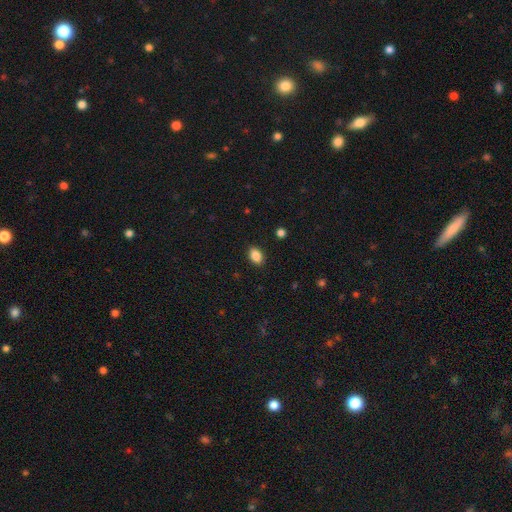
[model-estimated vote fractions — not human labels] smooth-or-featured: smooth: 87% | star or artifact: 9% | featured or disk: 4%
  how-rounded: in between: 87% | round: 12% | cigar-shaped: 2%
  merging: none: 89% | minor disturbance: 8% | major disturbance: 2% | merger: 1%